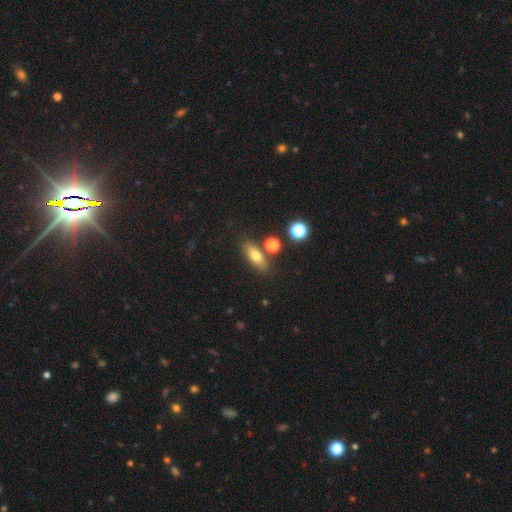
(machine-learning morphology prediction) smooth-or-featured: smooth: 68% | featured or disk: 22% | star or artifact: 10%
  how-rounded: in between: 63% | cigar-shaped: 29% | round: 8%
  merging: none: 77% | minor disturbance: 11% | merger: 8% | major disturbance: 3%